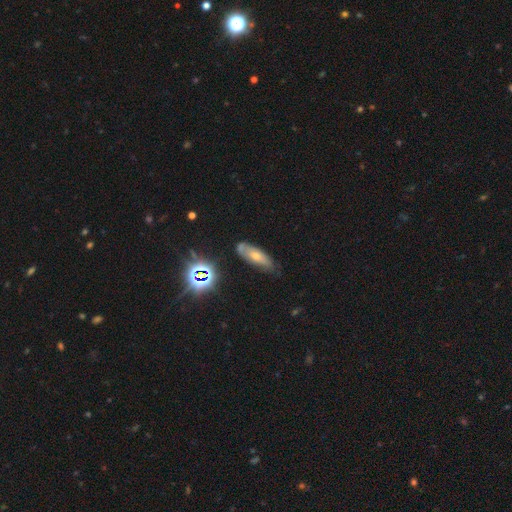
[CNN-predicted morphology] smooth 38%, featured or disk 36%, star or artifact 26%. Down the decision tree: merging — none (70%).